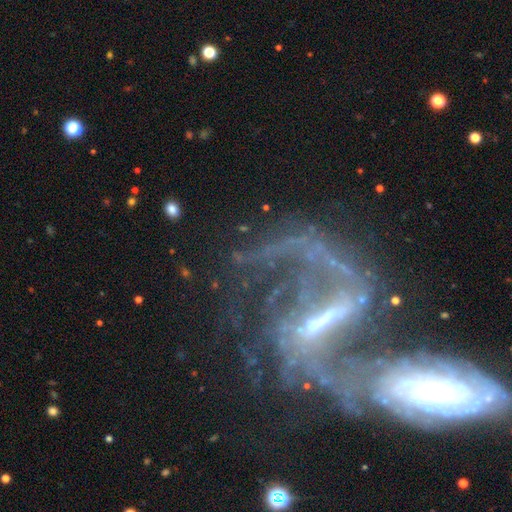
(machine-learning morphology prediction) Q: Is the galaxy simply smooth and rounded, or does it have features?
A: featured or disk — 84%.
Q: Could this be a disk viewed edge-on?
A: no — 95%.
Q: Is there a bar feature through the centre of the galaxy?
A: strong — 57%.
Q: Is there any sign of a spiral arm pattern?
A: yes — 88%.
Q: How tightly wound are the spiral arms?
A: loose — 57%.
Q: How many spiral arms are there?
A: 2 — 63%.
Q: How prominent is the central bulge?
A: small — 46%.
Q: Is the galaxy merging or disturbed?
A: none — 33%.